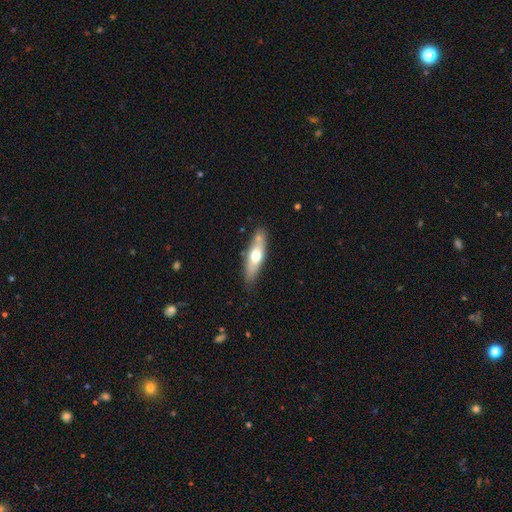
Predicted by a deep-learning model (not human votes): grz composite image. It shows a smooth galaxy with no disk features (55%) that is cigar-shaped (53%). Merging: none (74%).